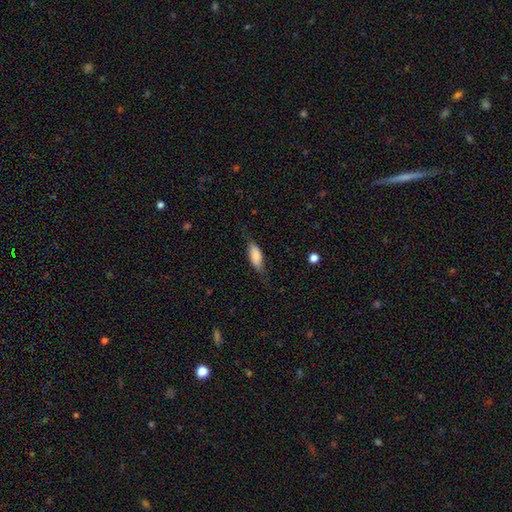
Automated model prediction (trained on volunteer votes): smooth_or_featured: smooth (p=0.74) [alt: featured or disk p=0.19]
how_rounded: in between (p=0.75) [alt: cigar-shaped p=0.23]
merging: none (p=0.63) [alt: minor disturbance p=0.26]